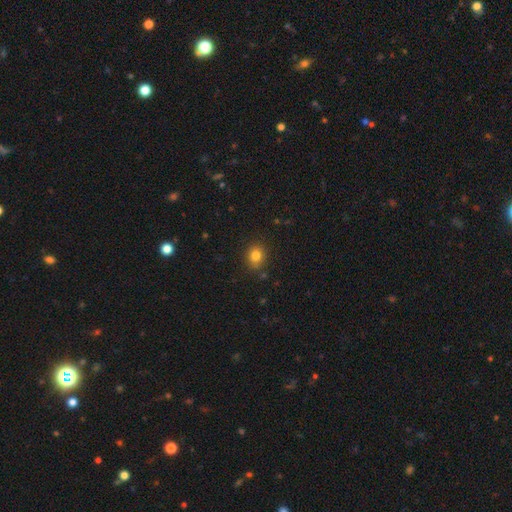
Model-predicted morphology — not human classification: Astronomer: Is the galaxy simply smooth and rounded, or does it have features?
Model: smooth — 81%.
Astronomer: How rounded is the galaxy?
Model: round — 65%.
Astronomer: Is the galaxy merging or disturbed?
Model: none — 87%.